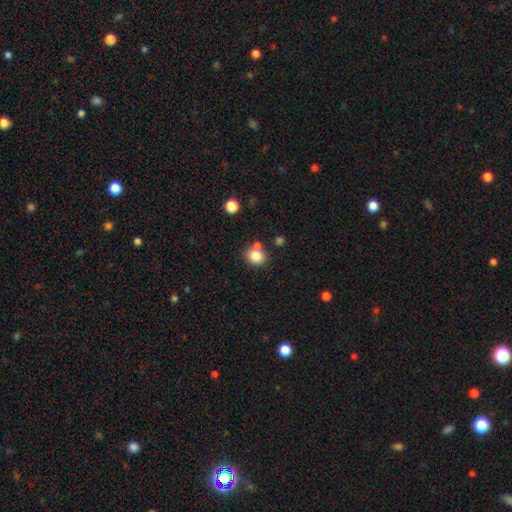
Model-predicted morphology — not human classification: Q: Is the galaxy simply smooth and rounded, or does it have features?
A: smooth — 83%.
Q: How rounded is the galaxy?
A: round — 70%.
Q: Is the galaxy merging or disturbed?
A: none — 67%.